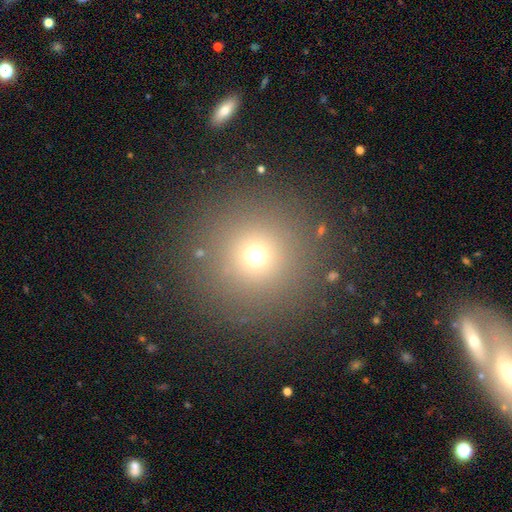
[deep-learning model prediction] Smooth or featured?
  - smooth: 66% *
  - star or artifact: 25%
  - featured or disk: 9%
How rounded?
  - round: 95% *
  - in between: 4%
  - cigar-shaped: 1%
Merging?
  - none: 87% *
  - minor disturbance: 7%
  - major disturbance: 4%
  - merger: 3%